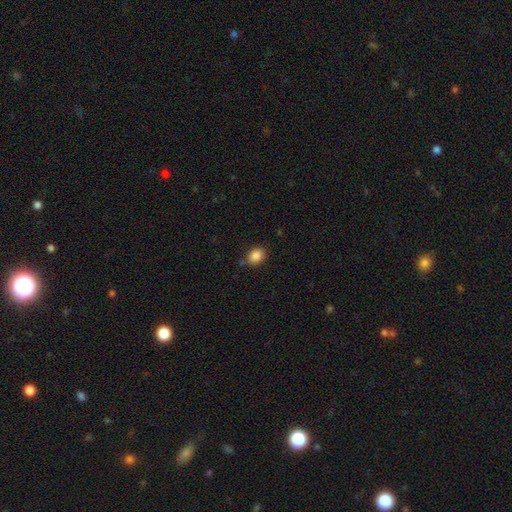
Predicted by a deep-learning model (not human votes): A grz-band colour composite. It shows a smooth galaxy with no disk features (87%) that is in between round and cigar-shaped (54%). Merging: none (78%).